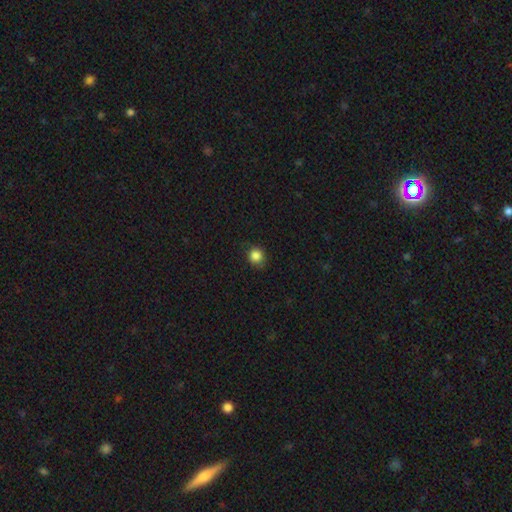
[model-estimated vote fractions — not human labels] smooth_or_featured: smooth (p=0.85) [alt: star or artifact p=0.10]
how_rounded: round (p=0.87) [alt: in between p=0.12]
merging: none (p=0.81) [alt: minor disturbance p=0.15]